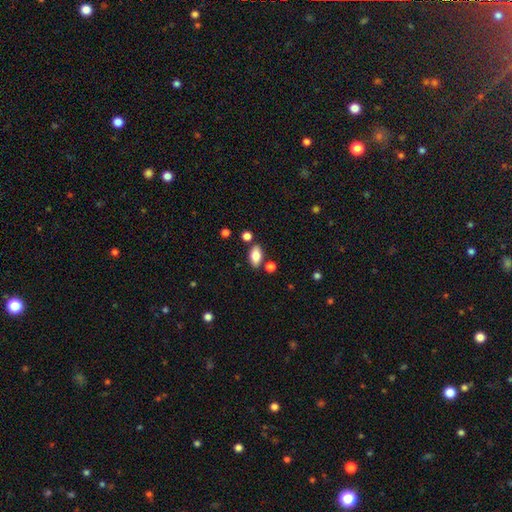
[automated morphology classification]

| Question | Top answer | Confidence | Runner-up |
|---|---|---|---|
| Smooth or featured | smooth | 83% | featured or disk (9%) |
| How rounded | in between | 91% | round (5%) |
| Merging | none | 79% | minor disturbance (11%) |